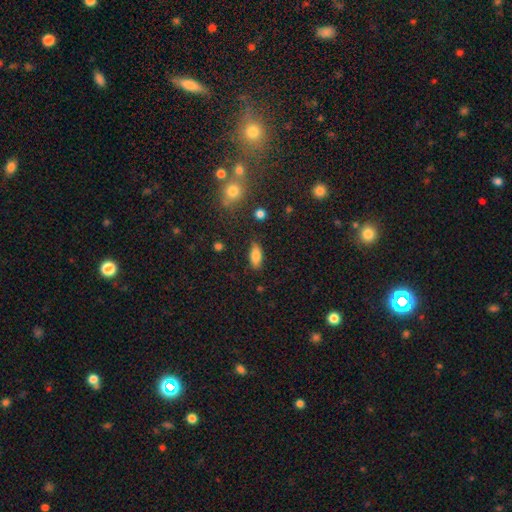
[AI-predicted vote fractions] A smooth galaxy with no disk features (80%) that is in between round and cigar-shaped (84%).

Vote fractions:
- Smooth or featured? smooth: 80% / featured or disk: 11% / star or artifact: 9%
- How rounded? in between: 84% / cigar-shaped: 13% / round: 3%
- Merging? none: 83% / minor disturbance: 12% / major disturbance: 3% / merger: 2%